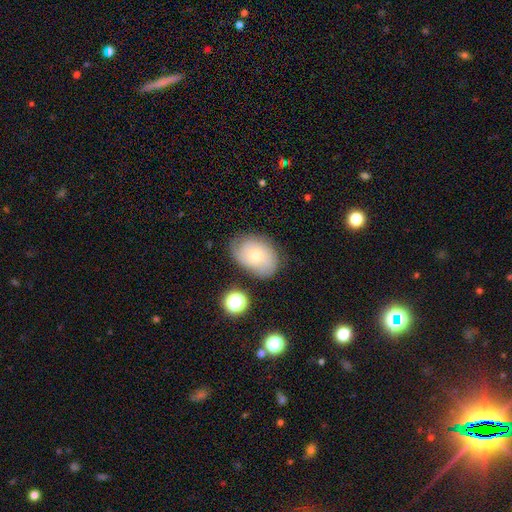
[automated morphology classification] type=smooth (45%, tied with featured or disk); merging=none (68%).